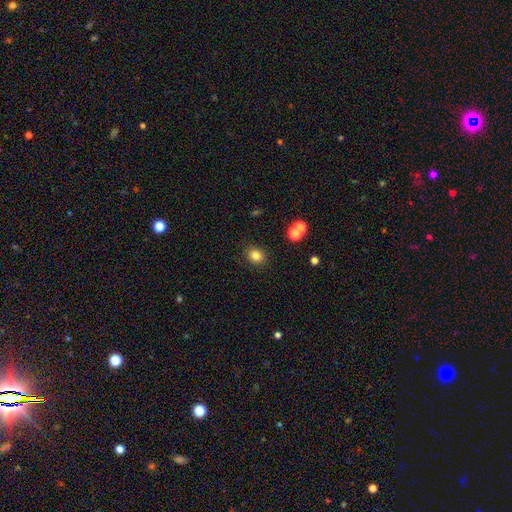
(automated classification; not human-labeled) A smooth galaxy with no disk features (81%) that is round (70%).

Vote fractions:
- Smooth or featured? smooth: 81% / star or artifact: 13% / featured or disk: 7%
- How rounded? round: 70% / in between: 29% / cigar-shaped: 1%
- Merging? none: 85% / minor disturbance: 9% / merger: 3% / major disturbance: 3%